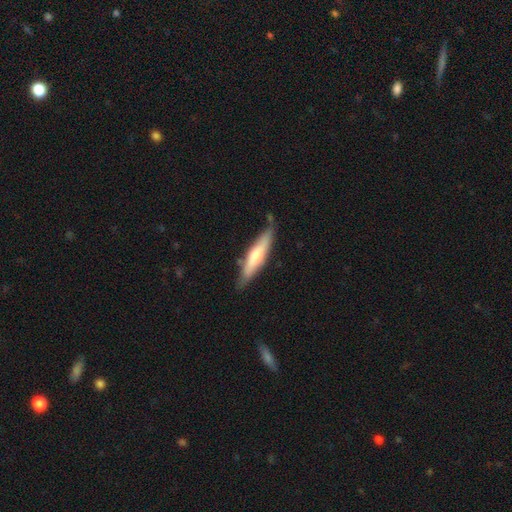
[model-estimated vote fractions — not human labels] smooth-or-featured: smooth: 56% | featured or disk: 39% | star or artifact: 5%
  how-rounded: cigar-shaped: 81% | in between: 17% | round: 1%
  merging: none: 75% | minor disturbance: 18% | merger: 3% | major disturbance: 3%